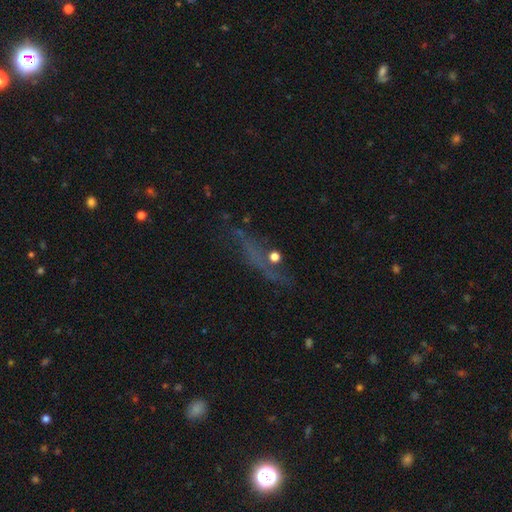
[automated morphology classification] Overall: featured or disk (40%; star or artifact 34%). Merging: none (61%).